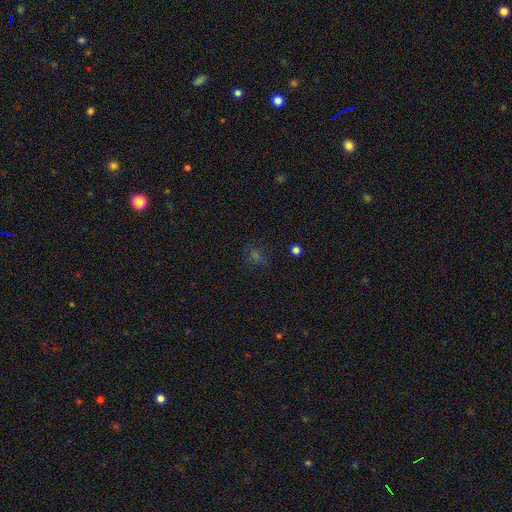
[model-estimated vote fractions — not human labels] The model was most divided on "smooth or featured": smooth: 44%, star or artifact: 42%, featured or disk: 15%. More confident: merging — none (73%).